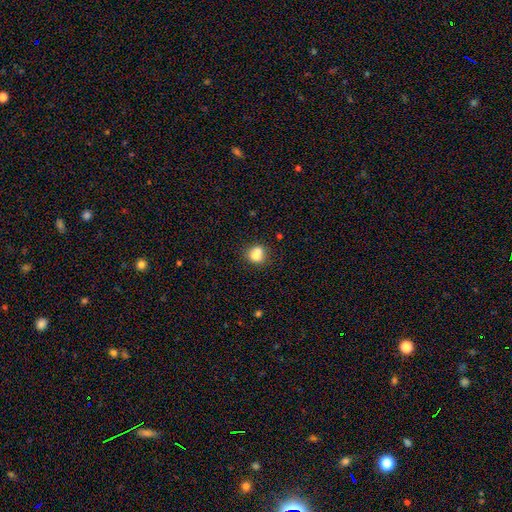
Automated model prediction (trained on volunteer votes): Smooth or featured? smooth (74%)
How rounded? round (72%)
Merging? none (45%)